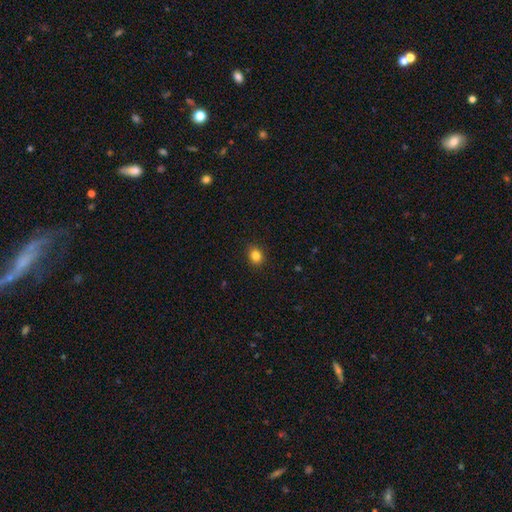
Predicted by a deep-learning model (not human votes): smooth 83%, star or artifact 12%, featured or disk 5%. Down the decision tree: how rounded — round (63%); merging — none (90%).